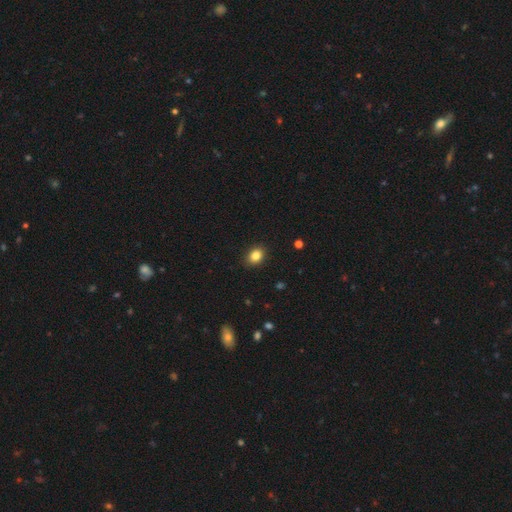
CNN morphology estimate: Smooth or featured? Predicted: smooth (p=0.85). How rounded? Predicted: in between (p=0.57). Merging? Predicted: none (p=0.87).